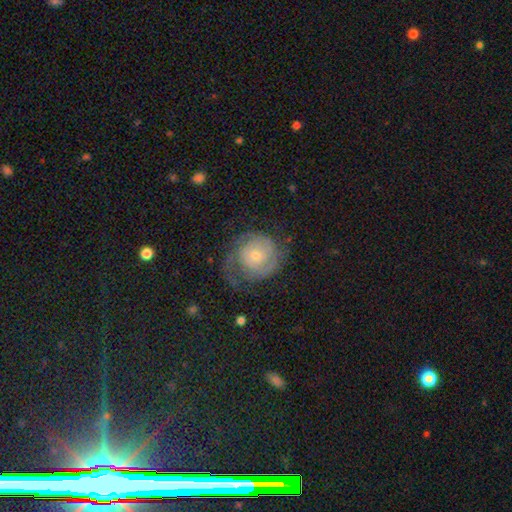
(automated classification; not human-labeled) Q: Smooth or featured?
A: featured or disk (75%); runner-up: smooth (18%)
Q: Edge-on disk?
A: no (98%); runner-up: yes (2%)
Q: Bar?
A: no (80%); runner-up: weak (17%)
Q: Spiral arms?
A: yes (91%); runner-up: no (9%)
Q: Spiral winding?
A: tight (61%); runner-up: medium (28%)
Q: Spiral arm count?
A: 2 (54%); runner-up: can't tell (23%)
Q: Bulge size?
A: small (62%); runner-up: moderate (33%)
Q: Merging?
A: none (63%); runner-up: minor disturbance (20%)